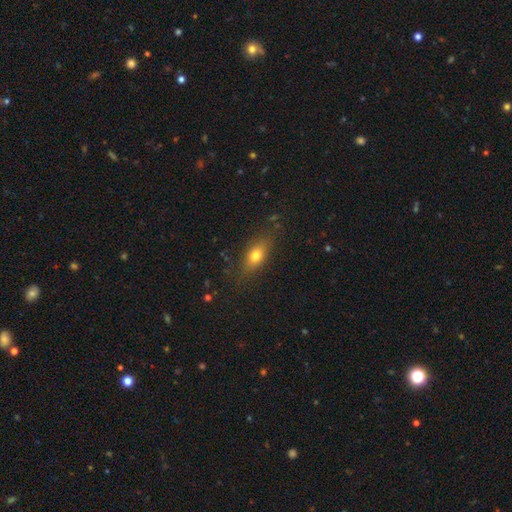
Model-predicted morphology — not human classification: type=smooth (72%); roundness=in between (72%); merging=none (80%).